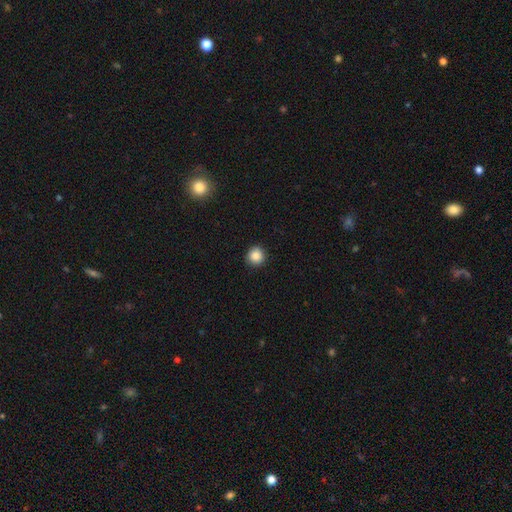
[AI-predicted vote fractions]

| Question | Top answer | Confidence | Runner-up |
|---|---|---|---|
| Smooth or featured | smooth | 87% | star or artifact (10%) |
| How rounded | round | 93% | in between (6%) |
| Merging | none | 91% | minor disturbance (7%) |